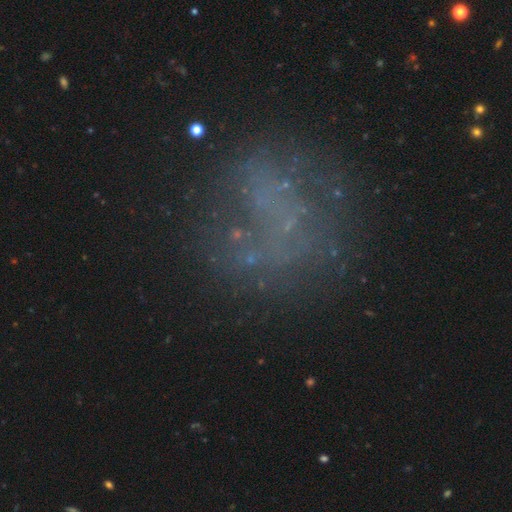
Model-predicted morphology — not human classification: A featured or disk galaxy (44%). Merging: none (61%).